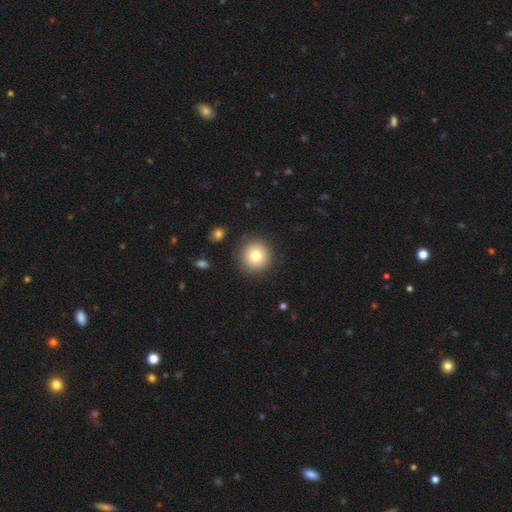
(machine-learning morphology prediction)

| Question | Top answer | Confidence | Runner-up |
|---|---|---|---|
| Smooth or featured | smooth | 78% | featured or disk (11%) |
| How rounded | round | 94% | in between (5%) |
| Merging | none | 89% | minor disturbance (7%) |